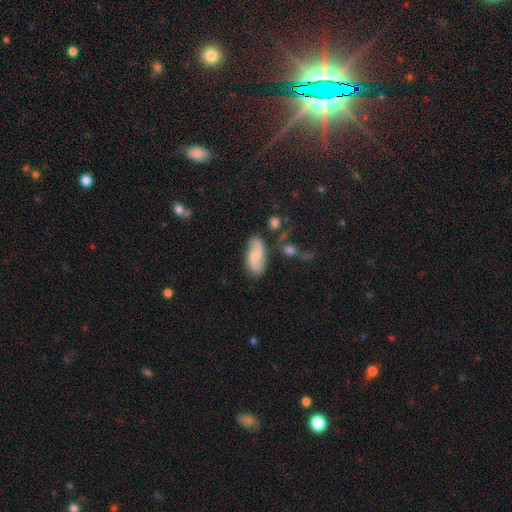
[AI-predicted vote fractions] A featured or disk galaxy (48%). Merging: none (67%).